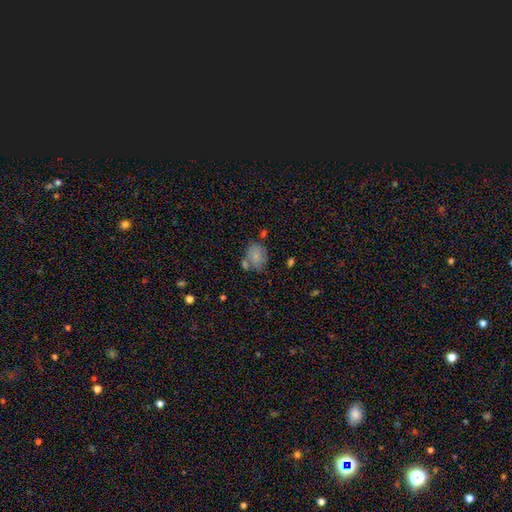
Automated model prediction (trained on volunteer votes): The model was most divided on "how rounded": in between: 61%, round: 38%, cigar-shaped: 1%. More confident: smooth or featured — smooth (78%); merging — none (55%).